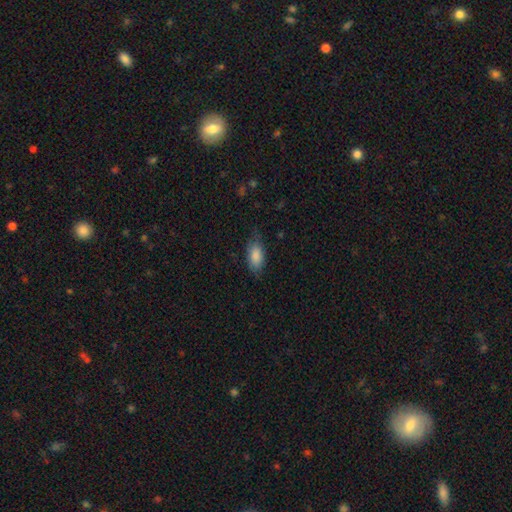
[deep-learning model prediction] smooth-or-featured: smooth: 85% | featured or disk: 9% | star or artifact: 6%
  how-rounded: in between: 90% | cigar-shaped: 7% | round: 4%
  merging: none: 70% | minor disturbance: 23% | major disturbance: 6% | merger: 1%